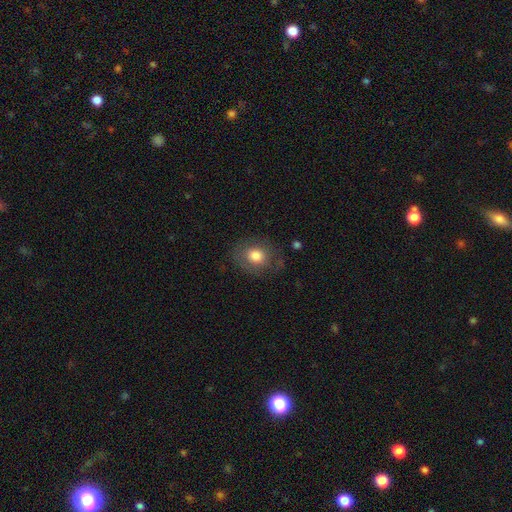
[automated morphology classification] A smooth galaxy with no disk features (76%) that is round (57%). Merging: none (75%).